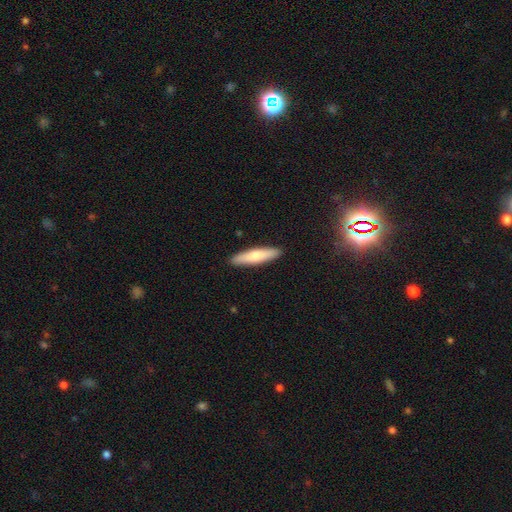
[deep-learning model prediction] Smooth or featured? smooth (73%)
How rounded? cigar-shaped (79%)
Merging? none (91%)